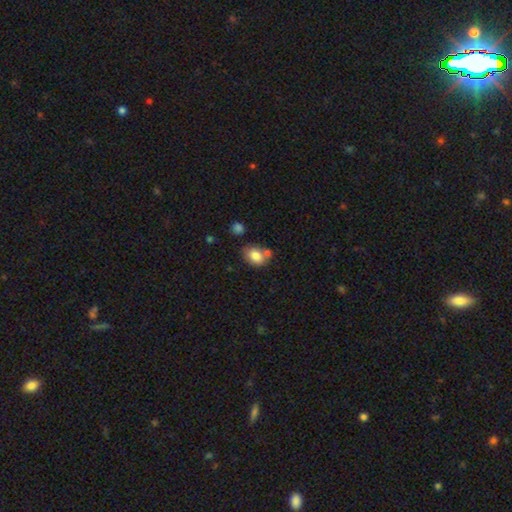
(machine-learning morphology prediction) The model was most divided on "merging": none: 53%, merger: 24%, minor disturbance: 19%, major disturbance: 5%. More confident: smooth or featured — smooth (81%); how rounded — in between (69%).